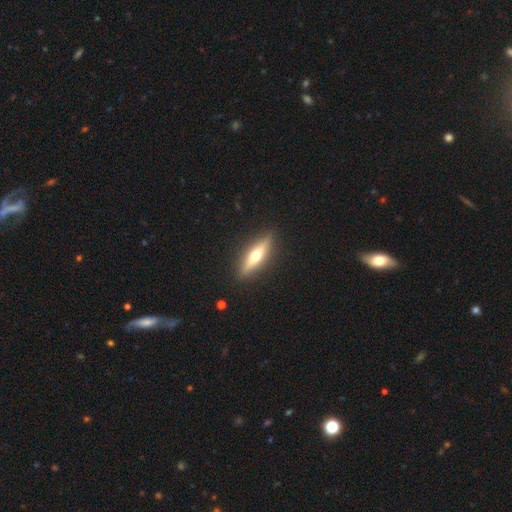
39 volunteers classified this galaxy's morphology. Volunteers were most divided on "smooth or featured": featured or disk: 72%, smooth: 18%, star or artifact: 10%. More confident: edge-on bulge — rounded (100%); merging — none (100%); edge-on disk — yes (96%).